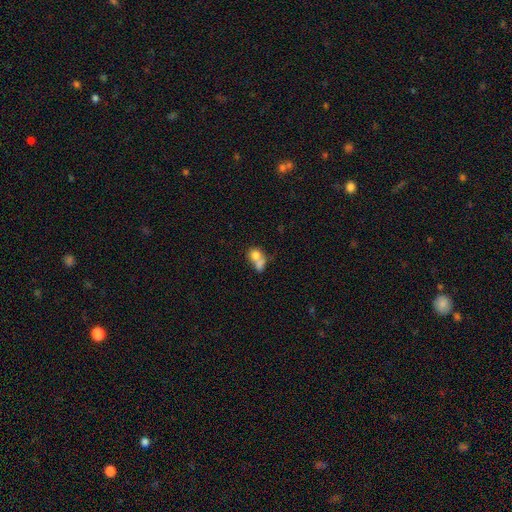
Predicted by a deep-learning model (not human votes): smooth 72%, featured or disk 18%, star or artifact 10%. Down the decision tree: how rounded — round (60%); merging — merger (65%).